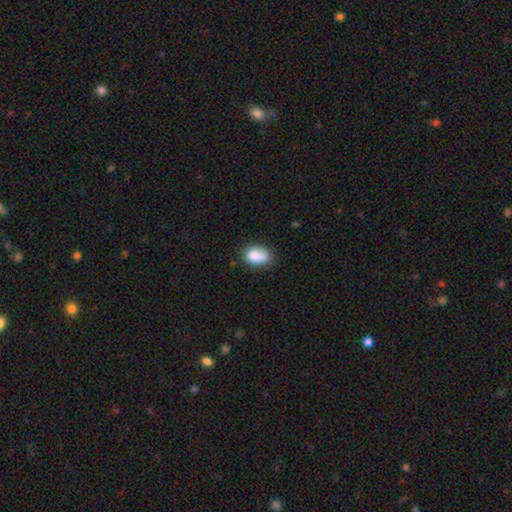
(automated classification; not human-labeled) Overall: smooth (84%). How rounded: in between (80%). Merging: none (66%).